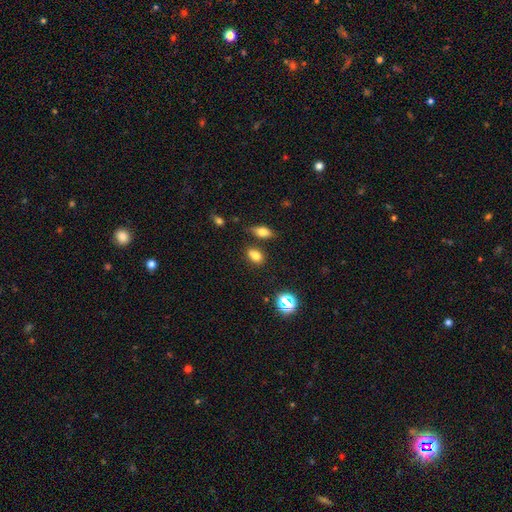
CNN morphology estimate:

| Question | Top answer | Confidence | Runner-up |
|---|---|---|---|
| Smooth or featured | smooth | 76% | star or artifact (14%) |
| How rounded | in between | 69% | round (28%) |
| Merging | none | 59% | merger (22%) |